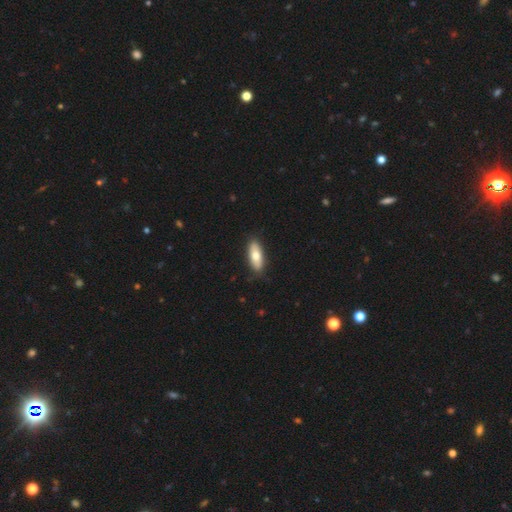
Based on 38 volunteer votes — Smooth or featured? smooth (76%)
How rounded? in between (52%)
Merging? none (89%)